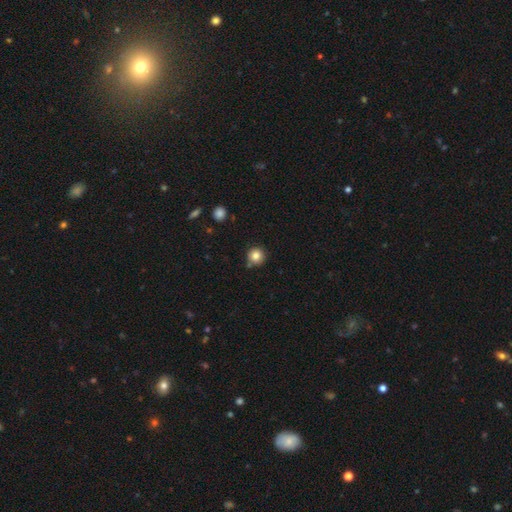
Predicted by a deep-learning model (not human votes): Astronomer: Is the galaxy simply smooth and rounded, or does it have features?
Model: smooth — 83%.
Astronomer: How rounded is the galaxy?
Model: round — 94%.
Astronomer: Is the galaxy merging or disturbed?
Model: none — 83%.